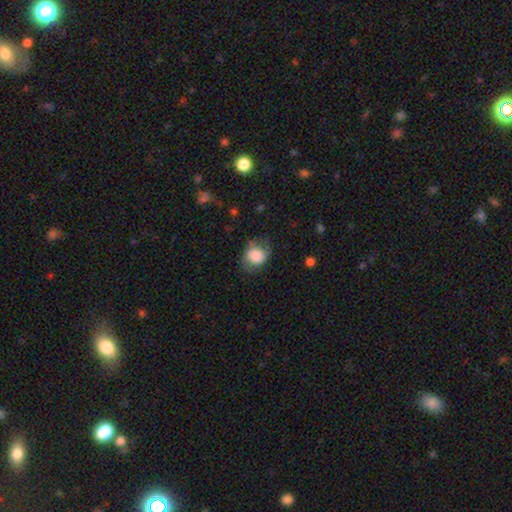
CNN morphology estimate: Smooth or featured: smooth — 74% (featured or disk — 18%)
How rounded: round — 55% (in between — 44%)
Merging: none — 60% (minor disturbance — 26%)